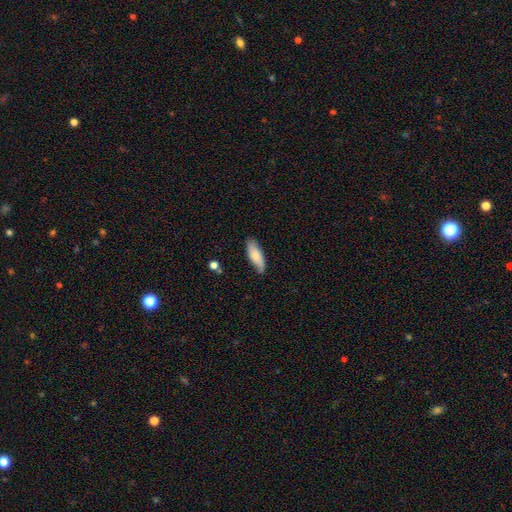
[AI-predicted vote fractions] Q: Smooth or featured?
A: smooth (78%); runner-up: featured or disk (16%)
Q: How rounded?
A: in between (68%); runner-up: cigar-shaped (30%)
Q: Merging?
A: none (75%); runner-up: minor disturbance (20%)